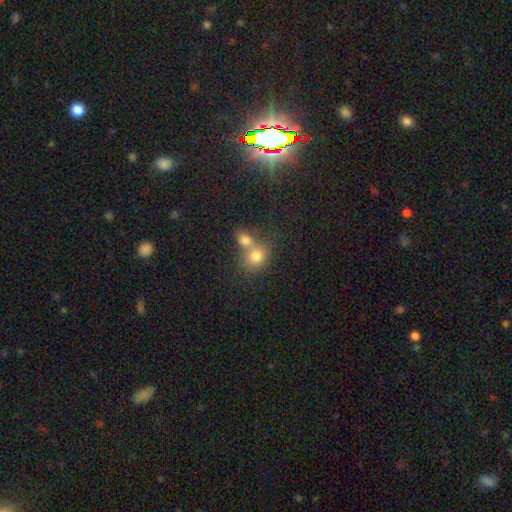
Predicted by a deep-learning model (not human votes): Smooth or featured?
  - smooth: 77% *
  - star or artifact: 12%
  - featured or disk: 12%
How rounded?
  - round: 65% *
  - in between: 33%
  - cigar-shaped: 1%
Merging?
  - merger: 58% *
  - none: 31%
  - minor disturbance: 7%
  - major disturbance: 3%